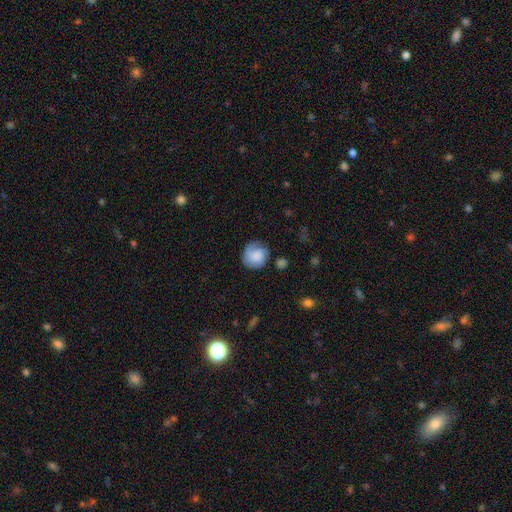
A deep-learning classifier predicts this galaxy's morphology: Overall: smooth (57%; featured or disk 35%). How rounded: round (82%). Merging: none (64%).